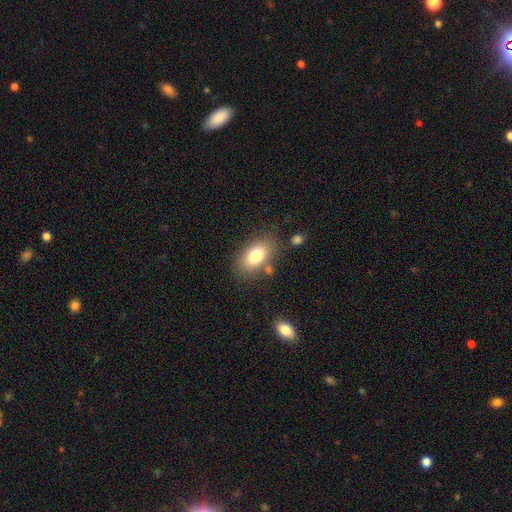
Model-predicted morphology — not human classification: smooth_or_featured: smooth (p=0.79) [alt: featured or disk p=0.12]
how_rounded: in between (p=0.90) [alt: round p=0.08]
merging: none (p=0.76) [alt: minor disturbance p=0.14]